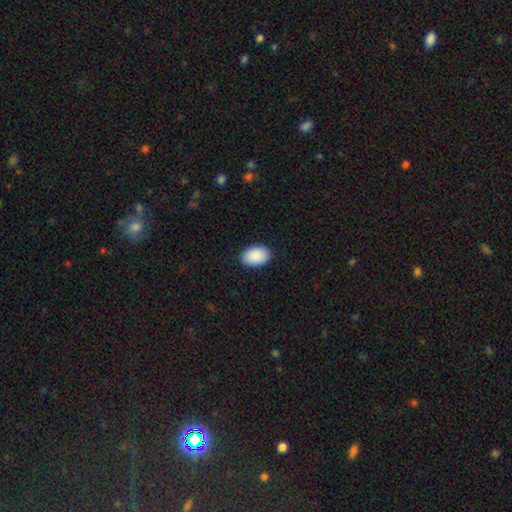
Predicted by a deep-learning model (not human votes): Morphology: type=smooth (91%); roundness=in between (89%); merging=none (88%).